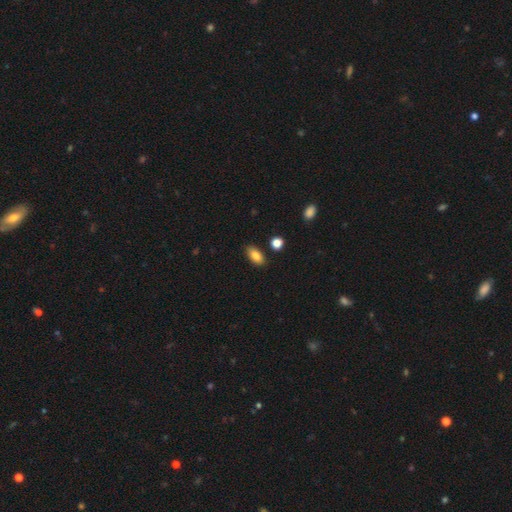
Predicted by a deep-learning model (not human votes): A smooth galaxy with no disk features (86%) that is in between round and cigar-shaped (90%). Merging: none (84%).